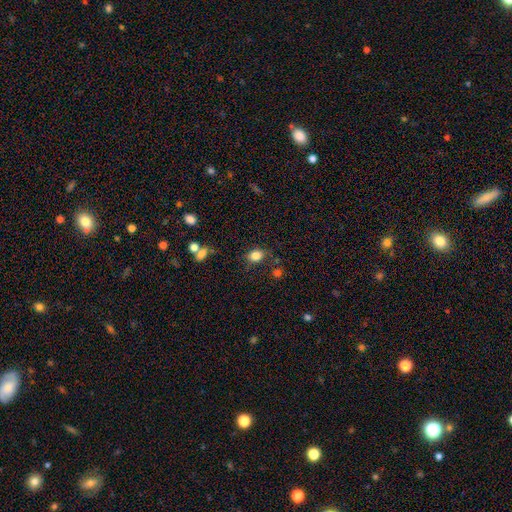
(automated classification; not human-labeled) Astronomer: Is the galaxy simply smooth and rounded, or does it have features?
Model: smooth — 83%.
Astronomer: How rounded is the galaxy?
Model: in between — 61% (runner-up: round, 38%).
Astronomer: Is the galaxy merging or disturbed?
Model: none — 74%.